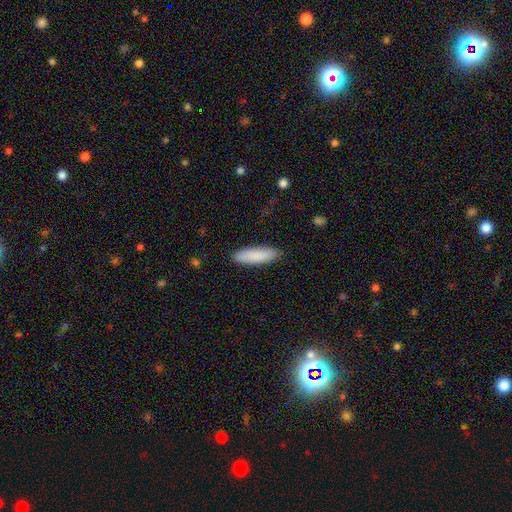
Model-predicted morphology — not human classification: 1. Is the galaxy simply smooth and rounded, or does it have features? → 88% smooth, 7% featured or disk, 6% star or artifact.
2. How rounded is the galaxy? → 60% cigar-shaped, 38% in between, 1% round.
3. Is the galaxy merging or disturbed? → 88% none, 9% minor disturbance, 2% major disturbance, 1% merger.